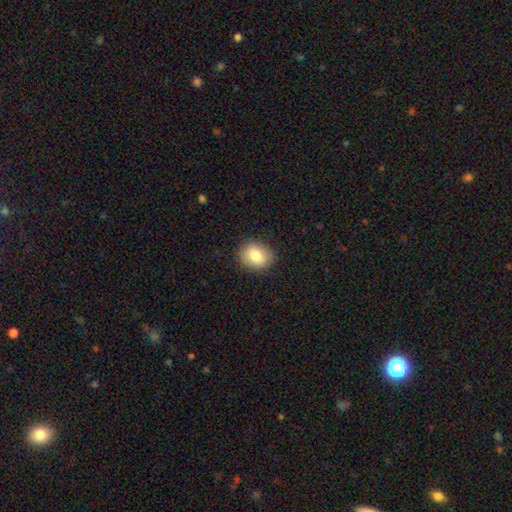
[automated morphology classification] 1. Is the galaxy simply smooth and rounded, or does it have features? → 81% smooth, 10% featured or disk, 8% star or artifact.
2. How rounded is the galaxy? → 52% in between, 47% round, 1% cigar-shaped.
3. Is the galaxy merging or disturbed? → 86% none, 10% minor disturbance, 3% major disturbance, 1% merger.